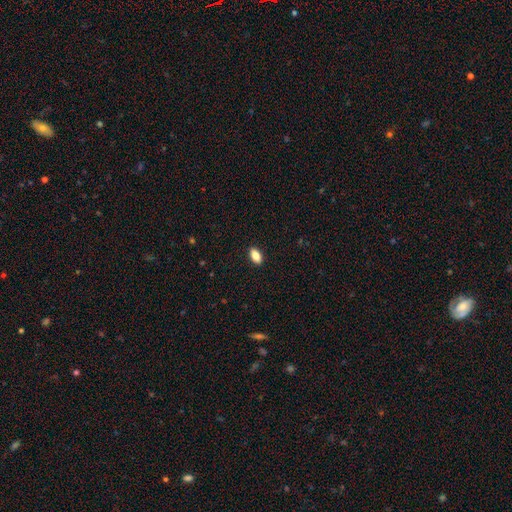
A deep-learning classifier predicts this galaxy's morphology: The model was most divided on "smooth or featured": smooth: 83%, featured or disk: 9%, star or artifact: 8%. More confident: merging — none (90%); how rounded — in between (89%).